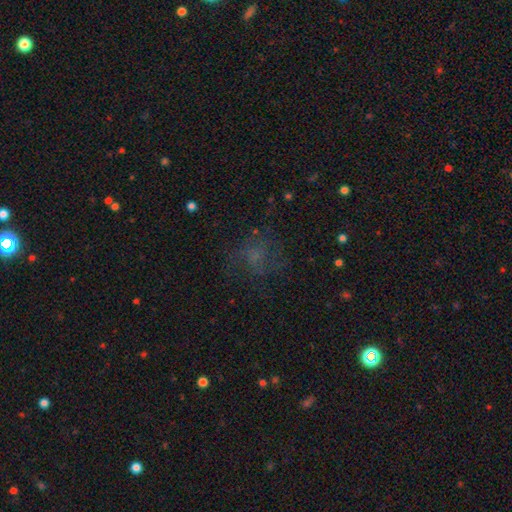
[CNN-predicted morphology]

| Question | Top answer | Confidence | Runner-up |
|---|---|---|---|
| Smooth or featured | smooth | 42% | featured or disk (32%) |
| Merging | none | 59% | major disturbance (21%) |